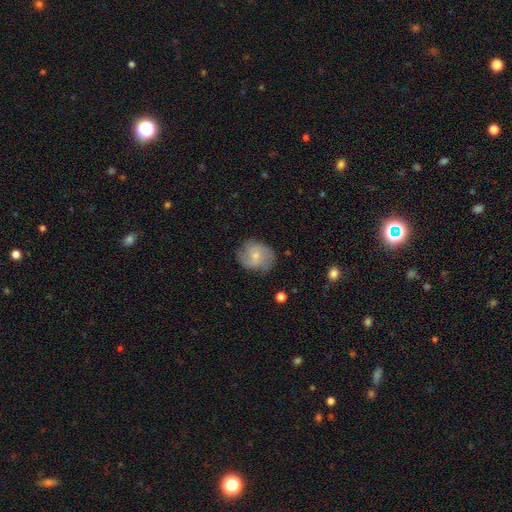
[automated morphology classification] smooth_or_featured: smooth (p=0.50) [alt: featured or disk p=0.43]
merging: none (p=0.70) [alt: minor disturbance p=0.22]